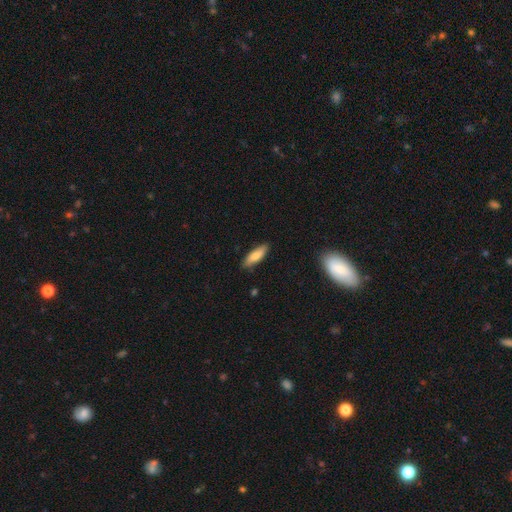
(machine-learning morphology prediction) A smooth galaxy with no disk features (78%) that is cigar-shaped (50%). Merging: none (86%).